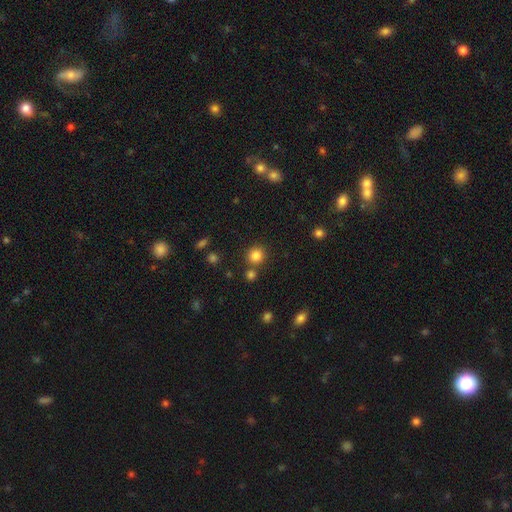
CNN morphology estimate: A smooth galaxy with no disk features (83%) that is round (92%). Merging: none (79%).